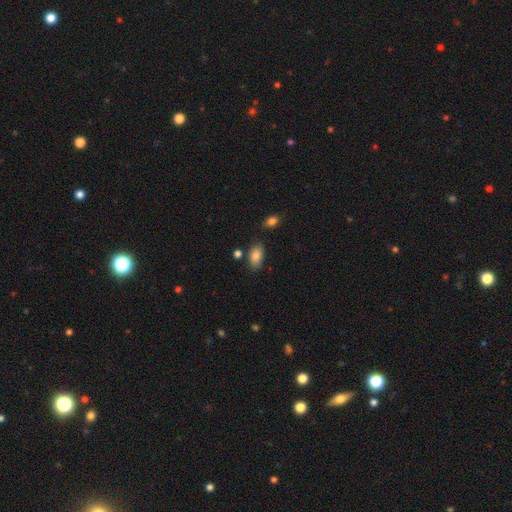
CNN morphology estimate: Q: Smooth or featured?
A: smooth (86%); runner-up: star or artifact (8%)
Q: How rounded?
A: in between (91%); runner-up: round (7%)
Q: Merging?
A: none (77%); runner-up: minor disturbance (15%)